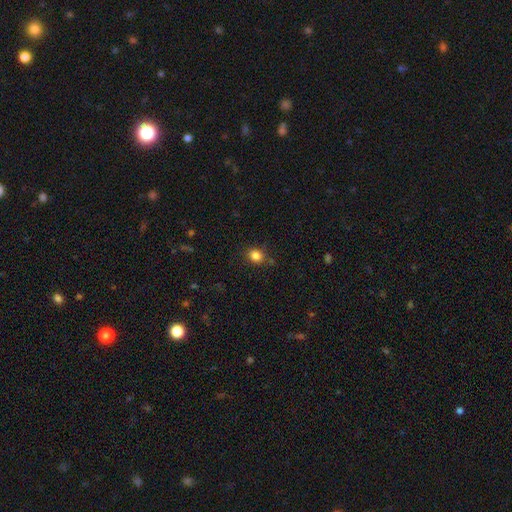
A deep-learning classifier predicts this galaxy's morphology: Smooth or featured?
  - smooth: 84% *
  - star or artifact: 12%
  - featured or disk: 5%
How rounded?
  - round: 60% *
  - in between: 39%
  - cigar-shaped: 1%
Merging?
  - none: 82% *
  - minor disturbance: 12%
  - major disturbance: 3%
  - merger: 3%